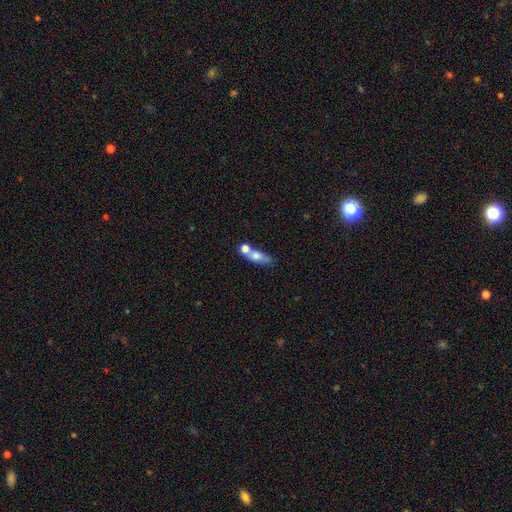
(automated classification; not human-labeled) A smooth galaxy with no disk features (66%) that is in between round and cigar-shaped (56%).

Vote fractions:
- Smooth or featured? smooth: 66% / featured or disk: 26% / star or artifact: 8%
- How rounded? in between: 56% / cigar-shaped: 30% / round: 14%
- Merging? merger: 41% / none: 40% / minor disturbance: 12% / major disturbance: 6%